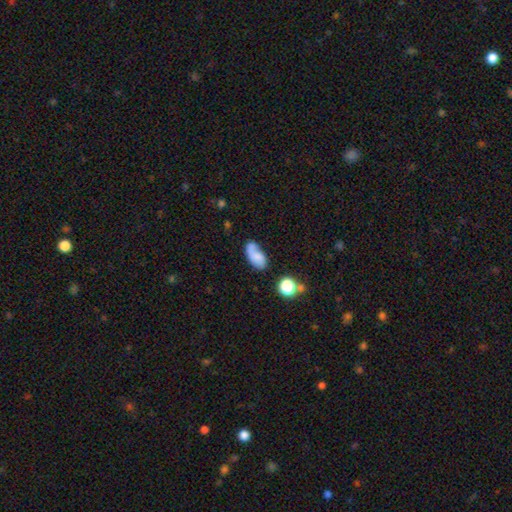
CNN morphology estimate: type=smooth (60%); roundness=in between (89%); merging=none (50%).